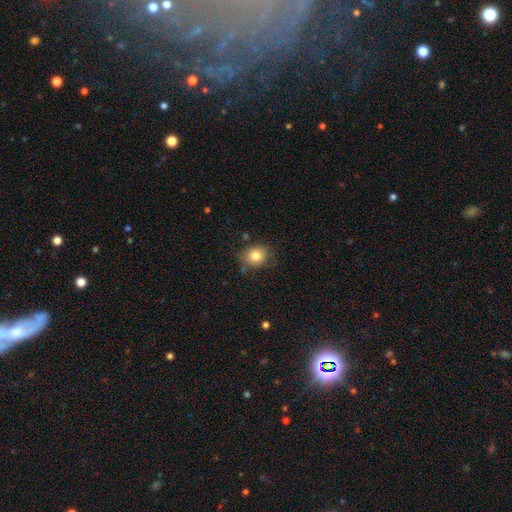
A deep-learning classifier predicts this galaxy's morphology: The model was most divided on "how rounded": round: 70%, in between: 30%, cigar-shaped: 1%. More confident: smooth or featured — smooth (82%); merging — none (71%).